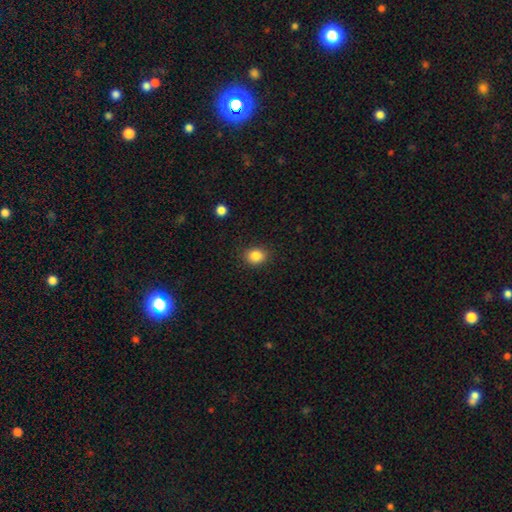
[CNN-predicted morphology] A smooth galaxy with no disk features (85%) that is round (60%).

Vote fractions:
- Smooth or featured? smooth: 85% / star or artifact: 10% / featured or disk: 5%
- How rounded? round: 60% / in between: 39% / cigar-shaped: 1%
- Merging? none: 87% / minor disturbance: 9% / major disturbance: 3% / merger: 1%